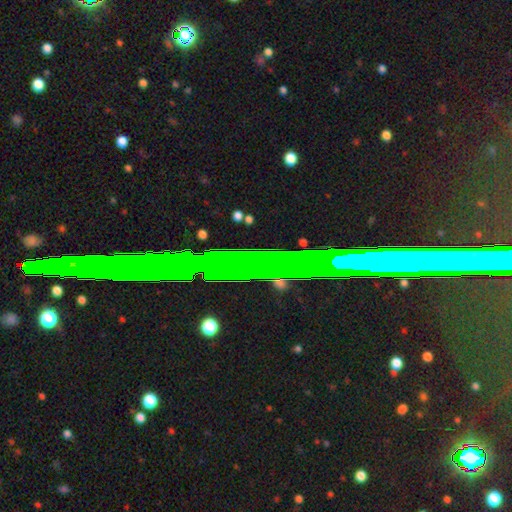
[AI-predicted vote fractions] A star or artifact, not a galaxy (68%).

Vote fractions:
- Smooth or featured? star or artifact: 68% / featured or disk: 18% / smooth: 14%